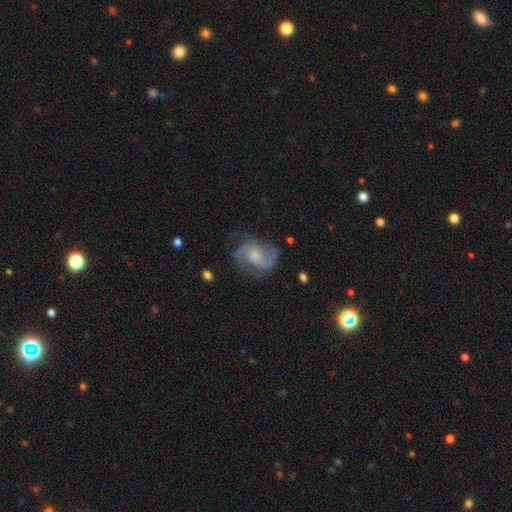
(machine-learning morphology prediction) smooth_or_featured: featured or disk (p=0.83) [alt: smooth p=0.11]
disk_edge_on: no (p=0.98) [alt: yes p=0.02]
bar: no (p=0.57) [alt: weak p=0.36]
has_spiral_arms: yes (p=0.96) [alt: no p=0.04]
spiral_winding: medium (p=0.53) [alt: loose p=0.26]
spiral_arm_count: 2 (p=0.85) [alt: can't tell p=0.05]
bulge_size: small (p=0.50) [alt: moderate p=0.30]
merging: none (p=0.70) [alt: minor disturbance p=0.18]